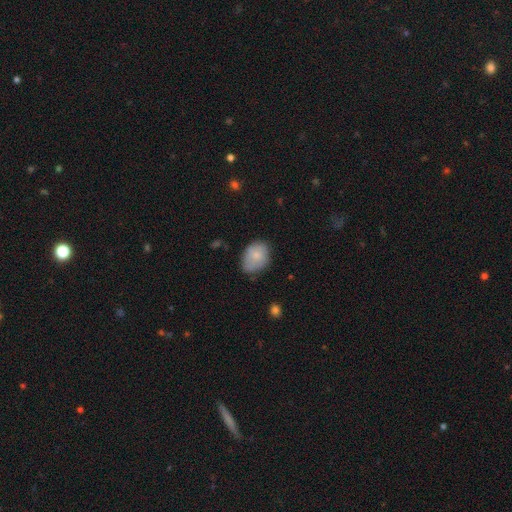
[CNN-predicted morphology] Smooth or featured? Predicted: smooth (p=0.78). How rounded? Predicted: in between (p=0.73). Merging? Predicted: none (p=0.60).